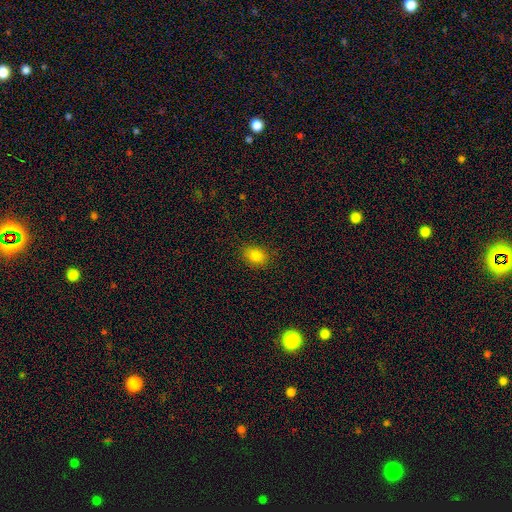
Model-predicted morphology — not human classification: A smooth galaxy with no disk features (82%) that is in between round and cigar-shaped (62%).

Vote fractions:
- Smooth or featured? smooth: 82% / star or artifact: 12% / featured or disk: 6%
- How rounded? in between: 62% / round: 37% / cigar-shaped: 1%
- Merging? none: 85% / minor disturbance: 11% / major disturbance: 3% / merger: 1%